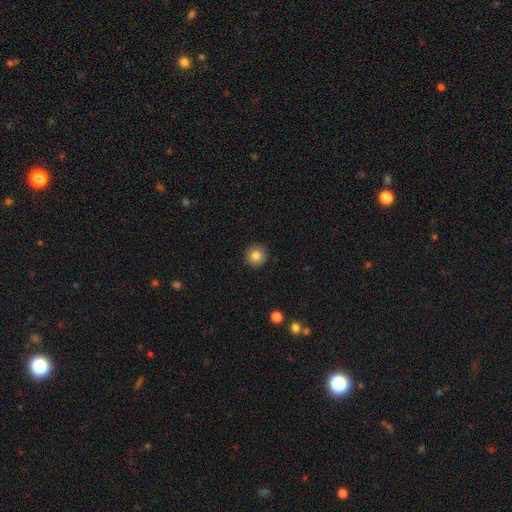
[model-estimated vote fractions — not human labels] Overall: smooth (82%). How rounded: round (95%). Merging: none (92%).